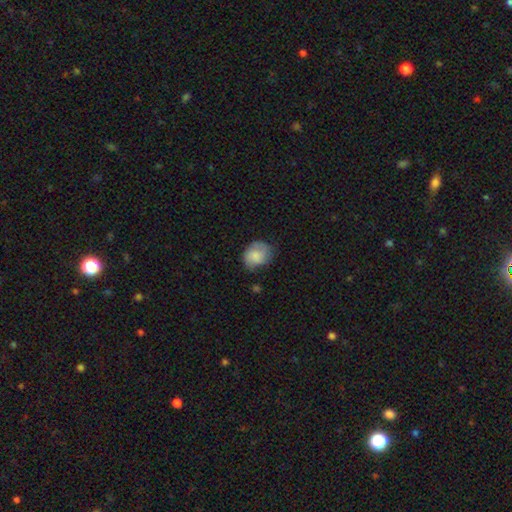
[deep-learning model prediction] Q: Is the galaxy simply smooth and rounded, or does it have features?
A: smooth — 76%.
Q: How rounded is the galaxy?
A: round — 53%.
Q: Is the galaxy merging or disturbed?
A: none — 57%.